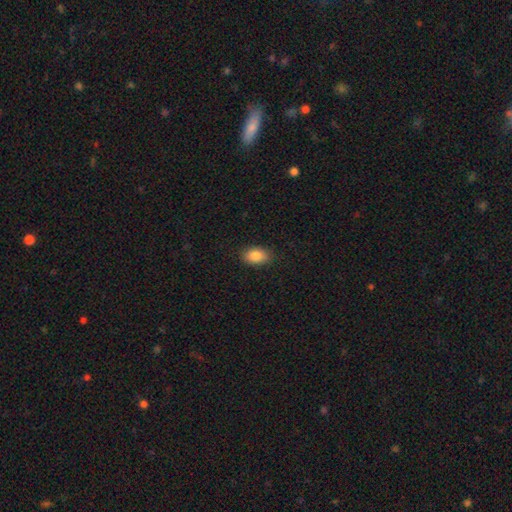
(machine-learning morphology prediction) Q: Smooth or featured?
A: smooth (85%); runner-up: star or artifact (8%)
Q: How rounded?
A: in between (88%); runner-up: round (11%)
Q: Merging?
A: none (87%); runner-up: minor disturbance (10%)